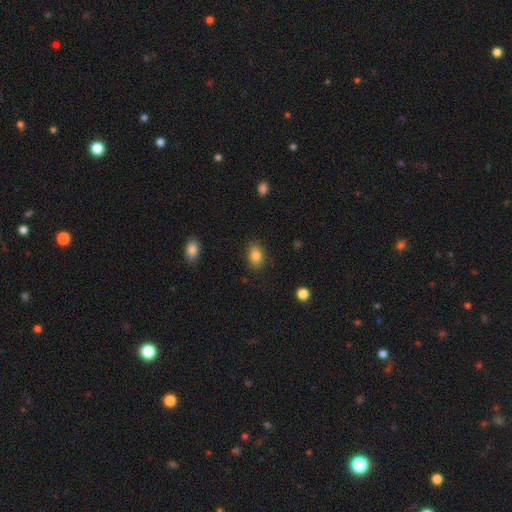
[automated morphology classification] A smooth galaxy with no disk features (84%) that is in between round and cigar-shaped (81%).

Vote fractions:
- Smooth or featured? smooth: 84% / star or artifact: 9% / featured or disk: 7%
- How rounded? in between: 81% / round: 17% / cigar-shaped: 1%
- Merging? none: 84% / minor disturbance: 11% / major disturbance: 3% / merger: 1%